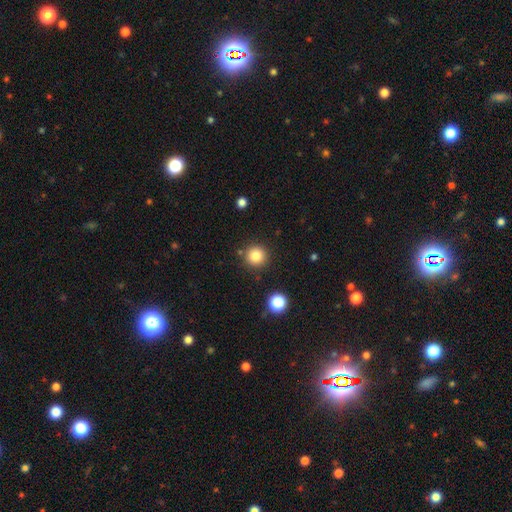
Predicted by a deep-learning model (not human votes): smooth-or-featured: smooth: 84% | star or artifact: 11% | featured or disk: 5%
  how-rounded: round: 94% | in between: 5% | cigar-shaped: 1%
  merging: none: 87% | minor disturbance: 7% | merger: 3% | major disturbance: 3%